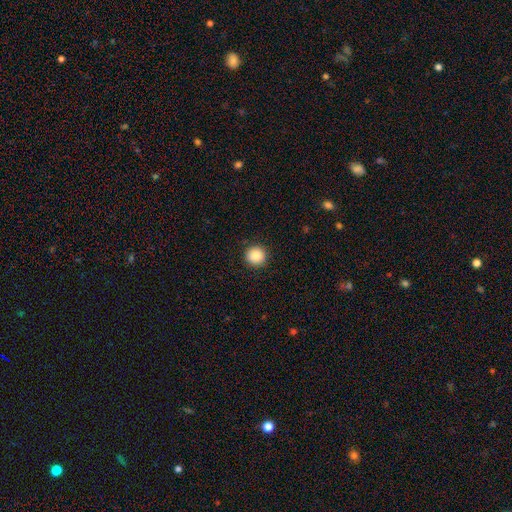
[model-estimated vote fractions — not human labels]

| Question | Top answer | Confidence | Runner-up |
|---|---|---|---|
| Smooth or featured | smooth | 87% | star or artifact (9%) |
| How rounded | round | 93% | in between (6%) |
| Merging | none | 92% | minor disturbance (6%) |